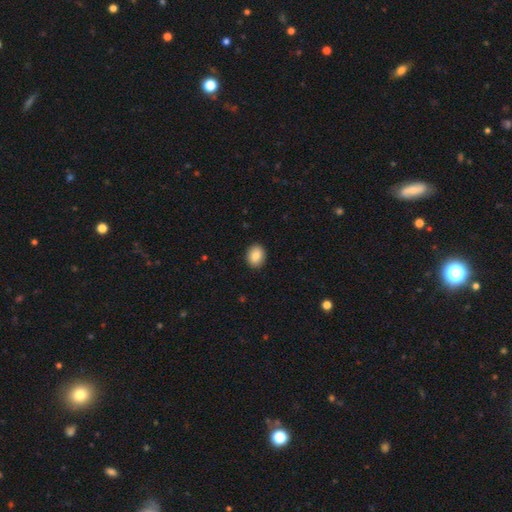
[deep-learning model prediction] Smooth or featured: smooth — 87% (star or artifact — 8%)
How rounded: in between — 50% (round — 49%)
Merging: none — 91% (minor disturbance — 6%)